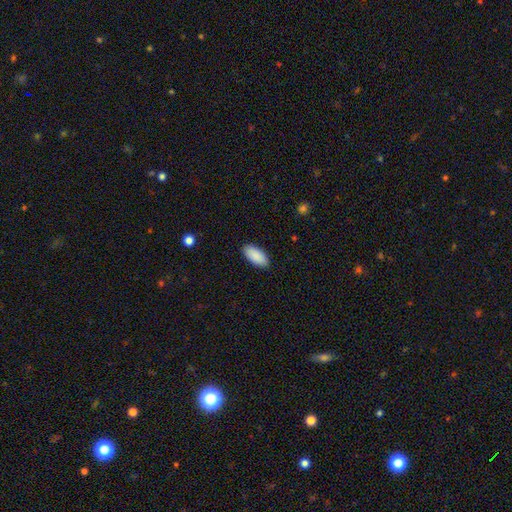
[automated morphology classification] Q: Smooth or featured?
A: smooth (91%); runner-up: star or artifact (6%)
Q: How rounded?
A: in between (93%); runner-up: cigar-shaped (5%)
Q: Merging?
A: none (90%); runner-up: minor disturbance (8%)